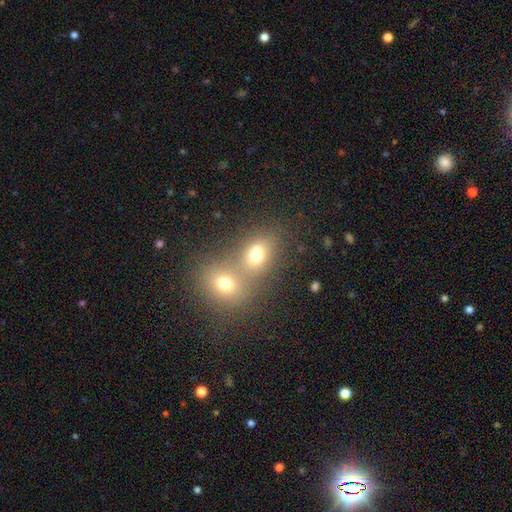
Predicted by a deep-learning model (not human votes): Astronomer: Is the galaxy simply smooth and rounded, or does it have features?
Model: smooth — 71%.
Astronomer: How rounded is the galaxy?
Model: round — 52% (runner-up: in between, 47%).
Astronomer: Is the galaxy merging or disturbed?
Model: merger — 58%.